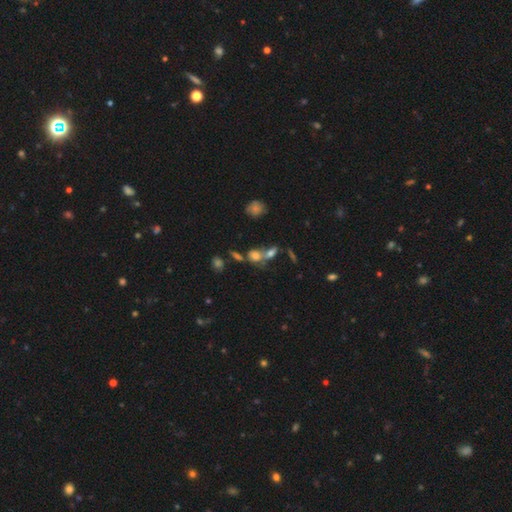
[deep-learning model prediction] Smooth or featured: smooth — 62% (featured or disk — 20%)
How rounded: in between — 56% (round — 36%)
Merging: merger — 49% (none — 33%)